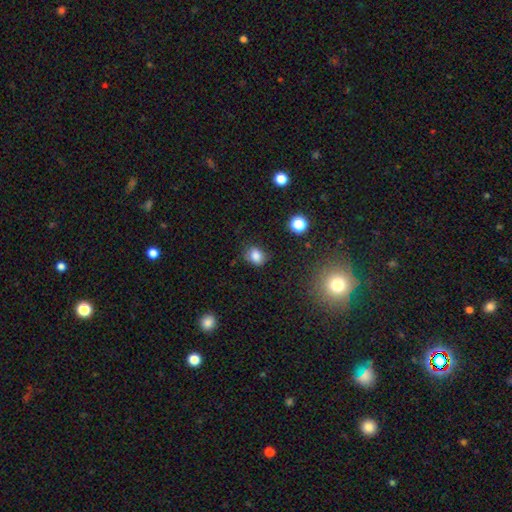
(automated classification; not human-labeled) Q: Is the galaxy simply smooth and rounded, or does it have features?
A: smooth — 82%.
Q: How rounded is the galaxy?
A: in between — 52%.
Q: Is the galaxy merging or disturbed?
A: none — 69%.